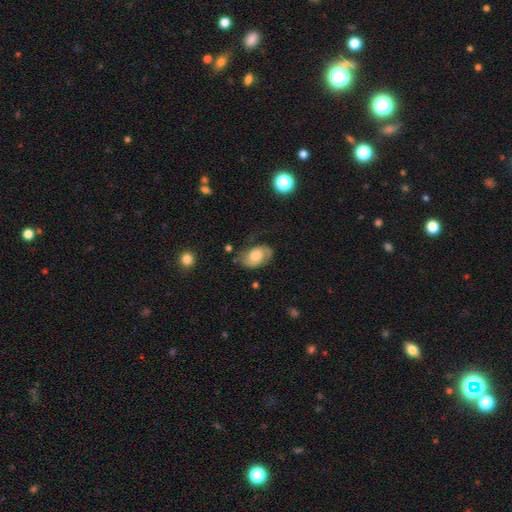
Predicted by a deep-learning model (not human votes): featured or disk 58%, smooth 35%, star or artifact 7%. Down the decision tree: edge-on disk — no (96%); bar — no (72%); spiral arms — yes (82%); bulge size — moderate (48%); merging — none (59%).